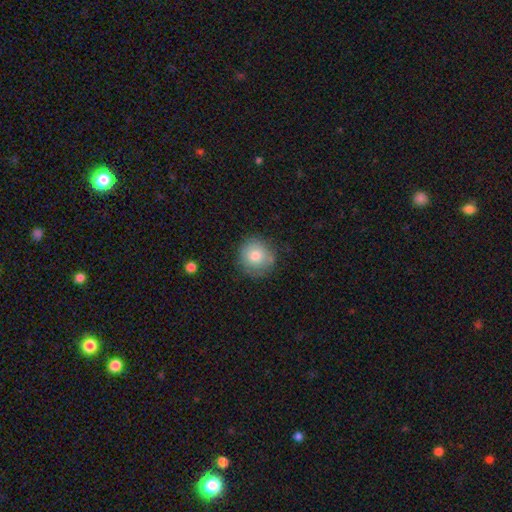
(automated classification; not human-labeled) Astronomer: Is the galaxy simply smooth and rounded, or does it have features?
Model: smooth — 77%.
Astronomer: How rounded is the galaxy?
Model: round — 90%.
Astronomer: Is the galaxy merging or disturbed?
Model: none — 76%.